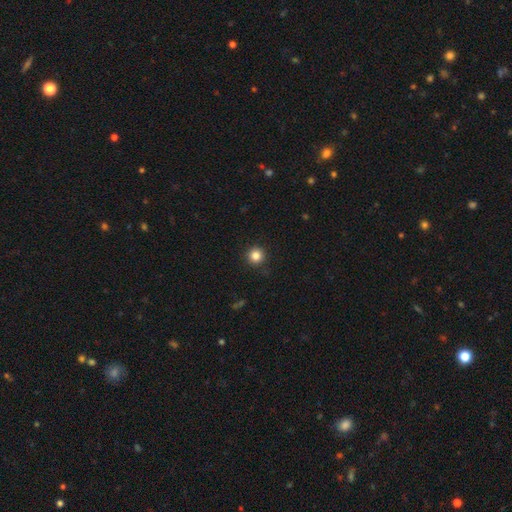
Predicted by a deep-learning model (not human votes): This appears to be a smooth galaxy with no disk features (84%) that is round (96%). Merging: none (92%).